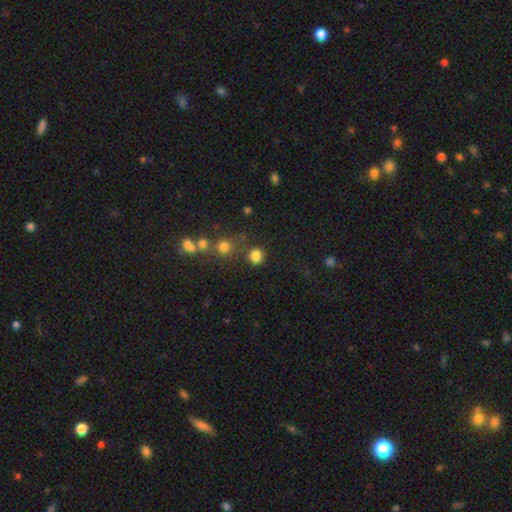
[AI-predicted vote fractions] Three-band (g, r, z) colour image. It shows a smooth galaxy with no disk features (81%) that is round (83%). Merging: none (75%).